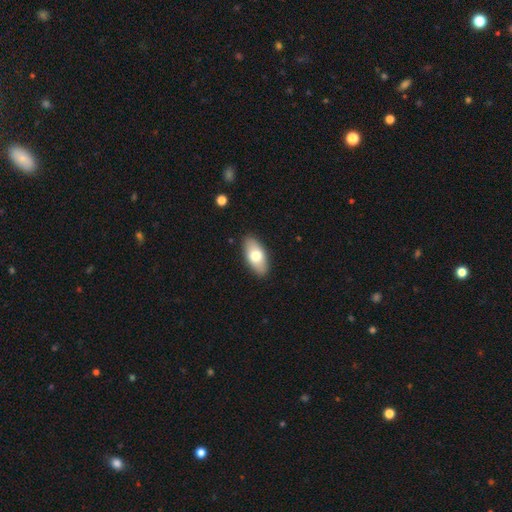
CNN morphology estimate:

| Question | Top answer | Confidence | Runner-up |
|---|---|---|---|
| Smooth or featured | smooth | 74% | featured or disk (20%) |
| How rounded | in between | 91% | cigar-shaped (7%) |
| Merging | none | 89% | minor disturbance (8%) |